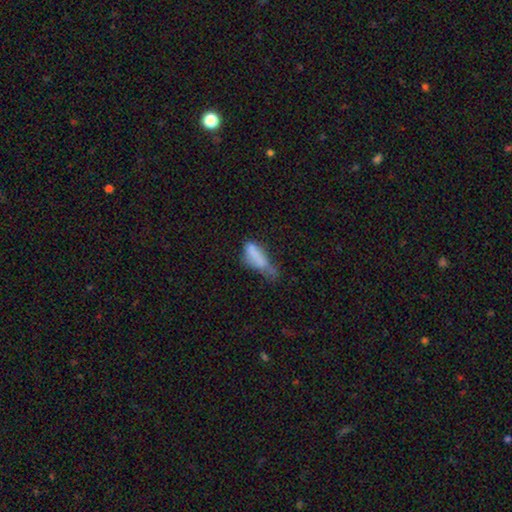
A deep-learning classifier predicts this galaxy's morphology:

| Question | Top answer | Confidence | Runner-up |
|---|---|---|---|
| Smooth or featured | smooth | 70% | featured or disk (18%) |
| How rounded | in between | 64% | cigar-shaped (32%) |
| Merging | major disturbance | 37% | minor disturbance (33%) |